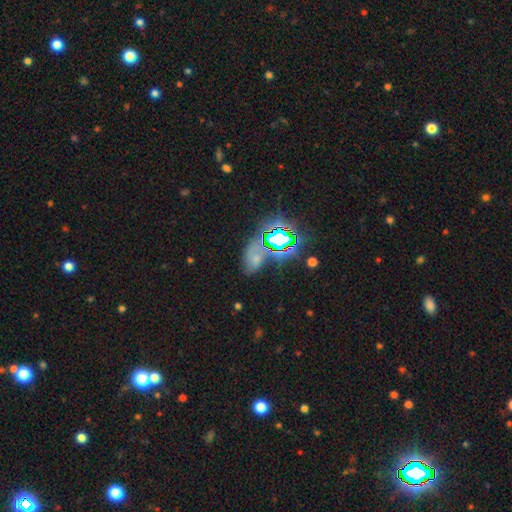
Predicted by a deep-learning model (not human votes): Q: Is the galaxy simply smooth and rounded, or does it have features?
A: star or artifact — 43%.